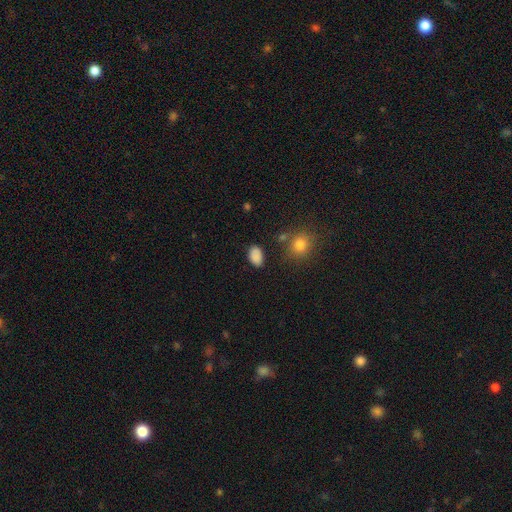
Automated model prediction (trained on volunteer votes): Smooth or featured?
  - smooth: 86% *
  - star or artifact: 10%
  - featured or disk: 4%
How rounded?
  - in between: 87% *
  - round: 12%
  - cigar-shaped: 1%
Merging?
  - none: 79% *
  - minor disturbance: 14%
  - major disturbance: 4%
  - merger: 3%